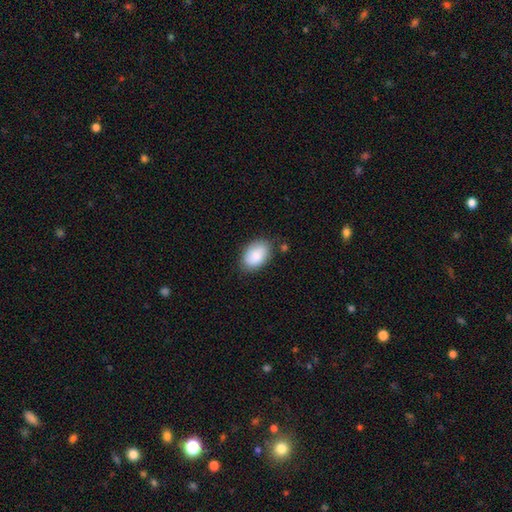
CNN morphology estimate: Q: Smooth or featured?
A: smooth (87%); runner-up: featured or disk (7%)
Q: How rounded?
A: in between (89%); runner-up: round (10%)
Q: Merging?
A: none (79%); runner-up: minor disturbance (15%)